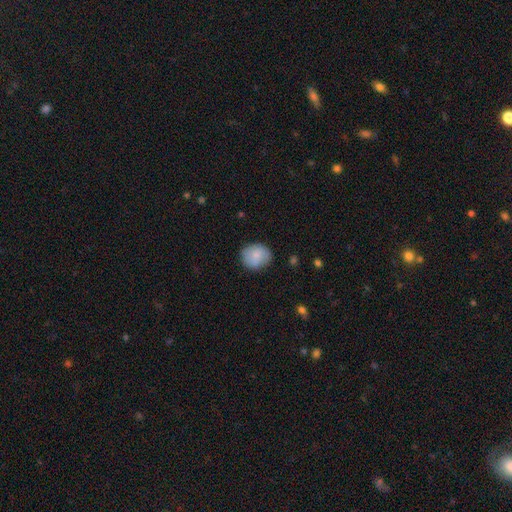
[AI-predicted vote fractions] A smooth galaxy with no disk features (80%) that is round (67%). Merging: none (79%).